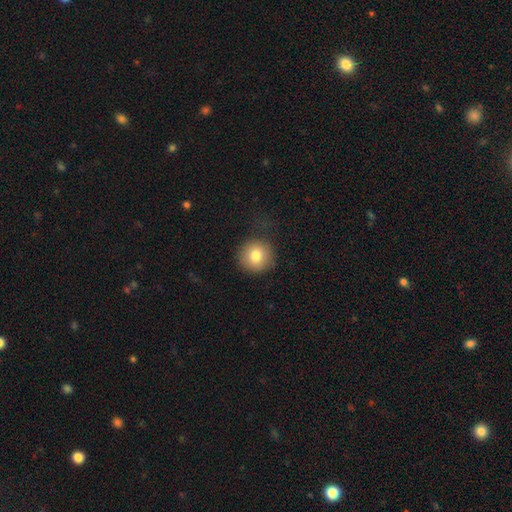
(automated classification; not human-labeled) A smooth galaxy with no disk features (80%) that is round (93%). Merging: none (78%).